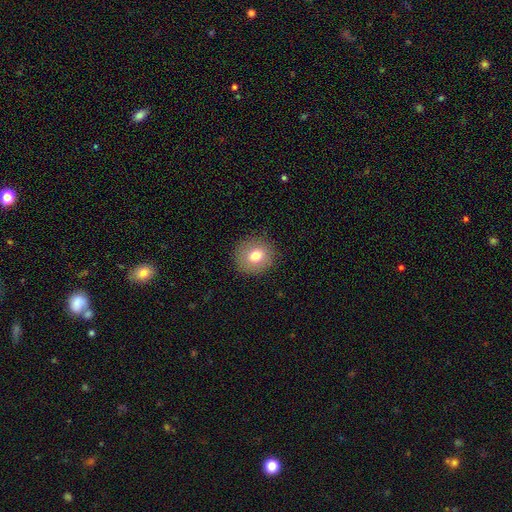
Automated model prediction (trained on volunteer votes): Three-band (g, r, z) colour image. It shows a smooth galaxy with no disk features (76%) that is round (86%). Merging: none (88%).